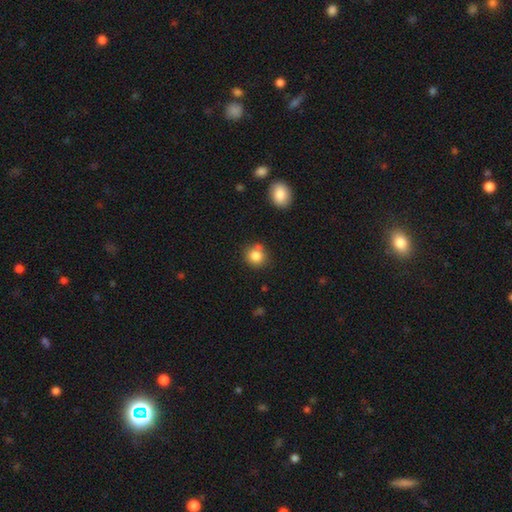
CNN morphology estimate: Smooth or featured: smooth — 82% (star or artifact — 10%)
How rounded: round — 87% (in between — 13%)
Merging: none — 72% (minor disturbance — 14%)